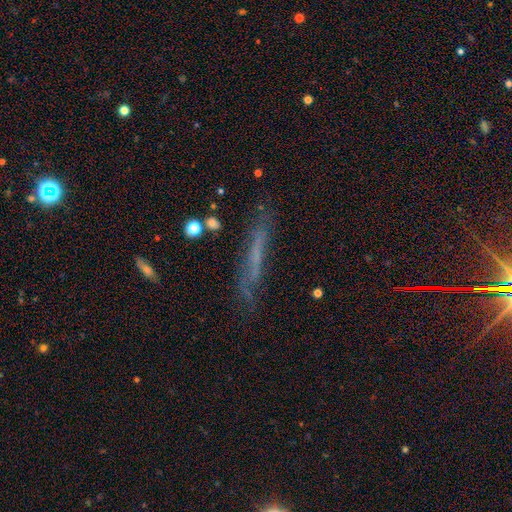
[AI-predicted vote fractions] This is possibly a featured or disk galaxy (47%). Merging: likely none (69%).